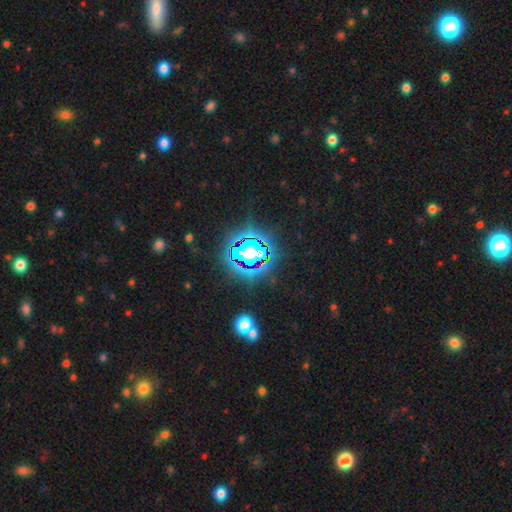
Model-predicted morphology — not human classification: This appears to be a star or artifact, not a galaxy (82%).